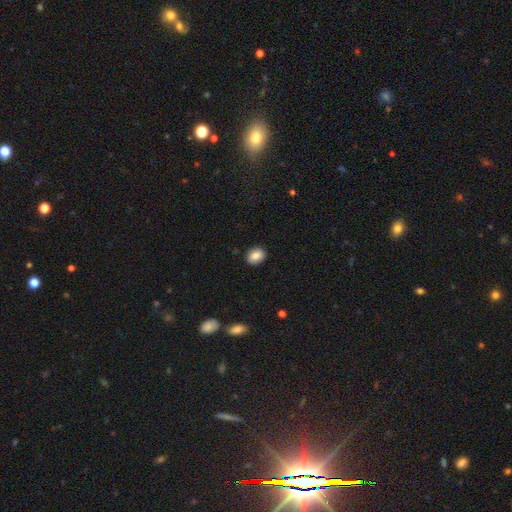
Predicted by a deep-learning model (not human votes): smooth 84%, star or artifact 8%, featured or disk 8%. Down the decision tree: how rounded — in between (56%); merging — none (90%).